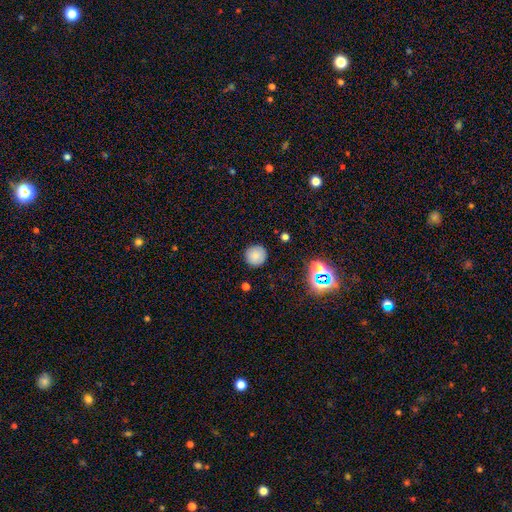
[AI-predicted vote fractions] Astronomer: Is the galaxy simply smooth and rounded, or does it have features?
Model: smooth — 81%.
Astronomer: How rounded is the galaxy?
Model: round — 95%.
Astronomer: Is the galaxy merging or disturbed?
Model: none — 90%.